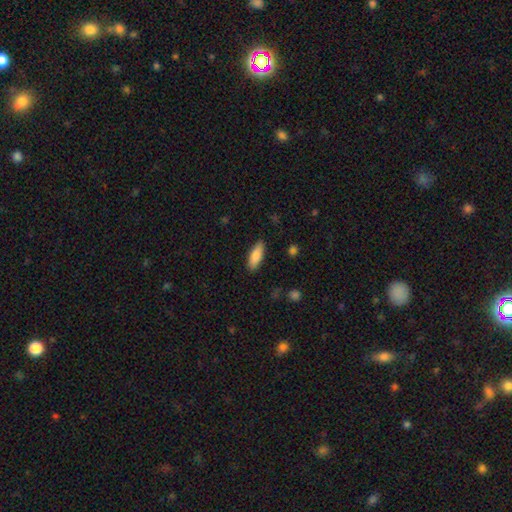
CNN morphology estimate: Smooth or featured?
  - smooth: 83% *
  - featured or disk: 11%
  - star or artifact: 6%
How rounded?
  - in between: 63% *
  - cigar-shaped: 35%
  - round: 2%
Merging?
  - none: 87% *
  - minor disturbance: 10%
  - major disturbance: 2%
  - merger: 1%